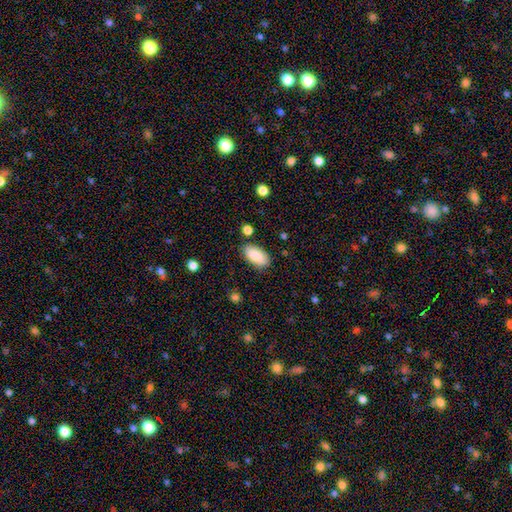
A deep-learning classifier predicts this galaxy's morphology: Q: Smooth or featured?
A: smooth (86%); runner-up: featured or disk (7%)
Q: How rounded?
A: in between (92%); runner-up: cigar-shaped (5%)
Q: Merging?
A: none (81%); runner-up: minor disturbance (13%)